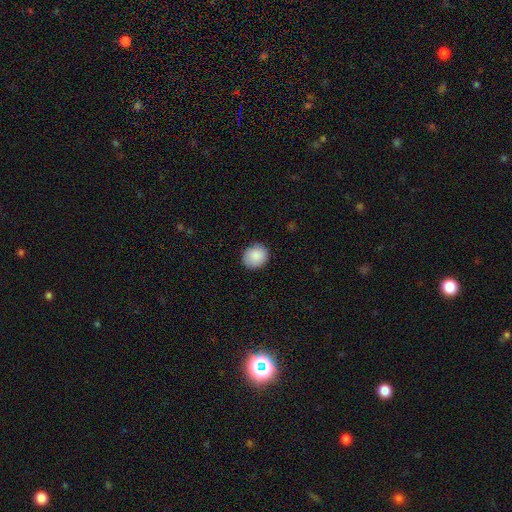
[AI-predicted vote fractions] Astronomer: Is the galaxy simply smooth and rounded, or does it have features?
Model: smooth — 88%.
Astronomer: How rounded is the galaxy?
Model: round — 76%.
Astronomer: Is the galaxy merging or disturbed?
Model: none — 87%.